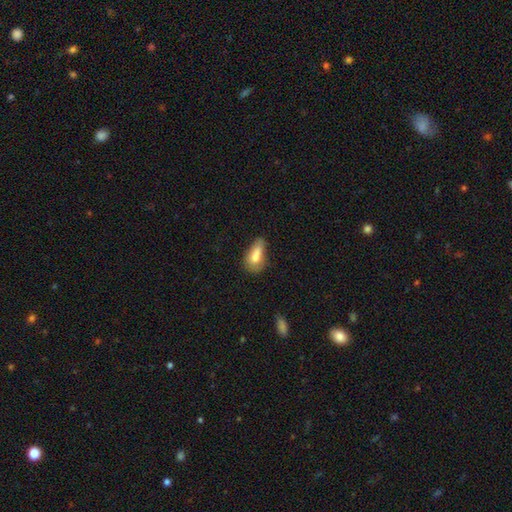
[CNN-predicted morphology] smooth-or-featured: smooth: 77% | featured or disk: 14% | star or artifact: 8%
  how-rounded: in between: 79% | cigar-shaped: 15% | round: 5%
  merging: none: 39% | minor disturbance: 37% | major disturbance: 18% | merger: 6%